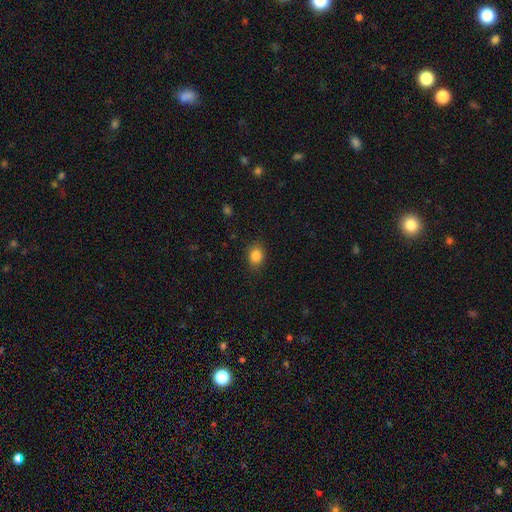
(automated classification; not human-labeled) Morphology: type=smooth (85%); roundness=round (50%); merging=none (86%).